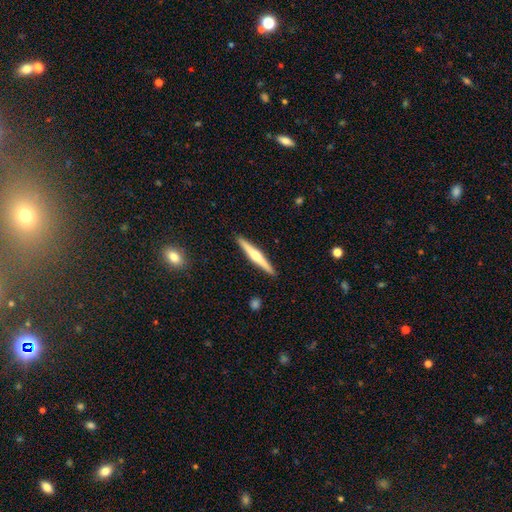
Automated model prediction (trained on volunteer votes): The model was most divided on "smooth or featured": featured or disk: 62%, smooth: 33%, star or artifact: 5%. More confident: edge-on disk — yes (98%); merging — none (92%); edge-on bulge — rounded (86%).